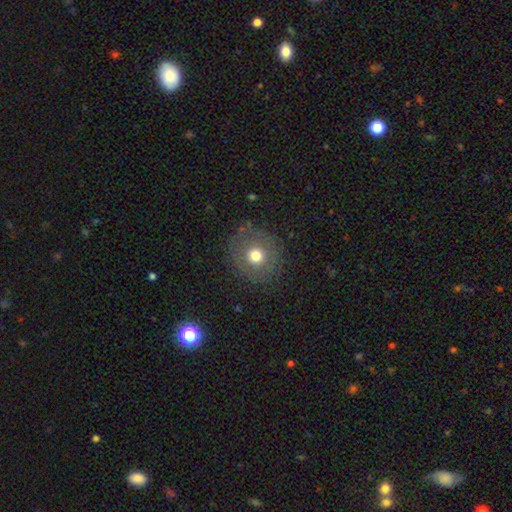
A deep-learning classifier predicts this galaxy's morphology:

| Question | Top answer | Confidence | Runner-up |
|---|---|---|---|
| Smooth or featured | smooth | 68% | featured or disk (19%) |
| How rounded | round | 91% | in between (8%) |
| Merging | none | 86% | minor disturbance (9%) |